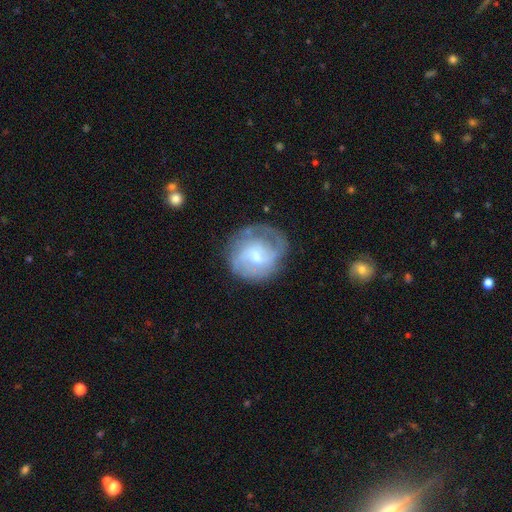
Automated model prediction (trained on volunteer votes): Smooth or featured?
  - featured or disk: 69% *
  - smooth: 24%
  - star or artifact: 7%
Edge-on disk?
  - no: 98% *
  - yes: 2%
Bar?
  - weak: 47% *
  - no: 45%
  - strong: 8%
Spiral arms?
  - yes: 85% *
  - no: 15%
Spiral winding?
  - tight: 47% *
  - medium: 37%
  - loose: 16%
Spiral arm count?
  - 2: 38% *
  - can't tell: 35%
  - 3: 11%
  - 1: 9%
  - 4: 3%
  - more than 4: 3%
Bulge size?
  - moderate: 48% *
  - small: 39%
  - large: 6%
  - none: 5%
  - dominant: 1%
Merging?
  - none: 63% *
  - minor disturbance: 22%
  - major disturbance: 13%
  - merger: 2%